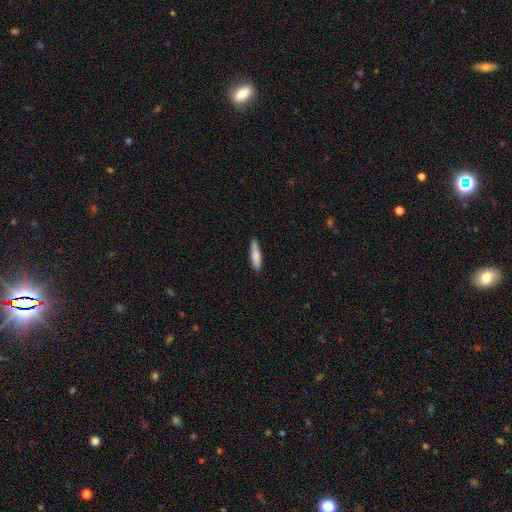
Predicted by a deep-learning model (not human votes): smooth_or_featured: smooth (p=0.80) [alt: featured or disk p=0.15]
how_rounded: cigar-shaped (p=0.81) [alt: in between p=0.18]
merging: none (p=0.80) [alt: minor disturbance p=0.16]